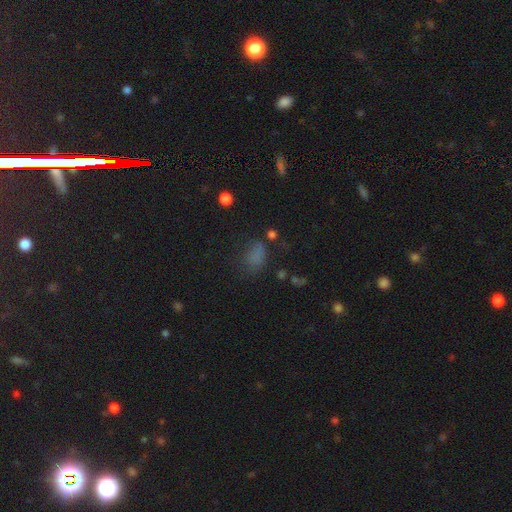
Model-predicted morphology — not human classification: Smooth or featured? smooth (66%)
How rounded? in between (77%)
Merging? none (48%)